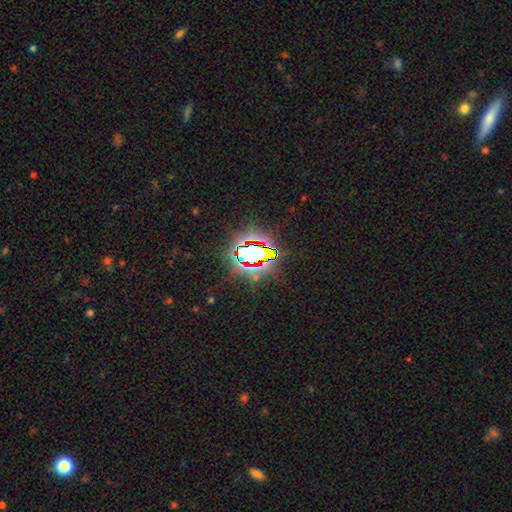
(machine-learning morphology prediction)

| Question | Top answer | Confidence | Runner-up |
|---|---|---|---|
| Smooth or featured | star or artifact | 71% | smooth (17%) |